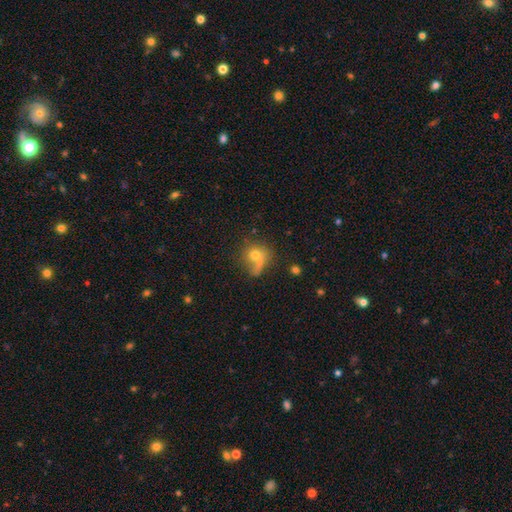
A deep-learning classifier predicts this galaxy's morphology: A smooth galaxy with no disk features (63%) that is round (73%).

Vote fractions:
- Smooth or featured? smooth: 63% / featured or disk: 21% / star or artifact: 17%
- How rounded? round: 73% / in between: 25% / cigar-shaped: 2%
- Merging? none: 42% / major disturbance: 23% / minor disturbance: 20% / merger: 15%